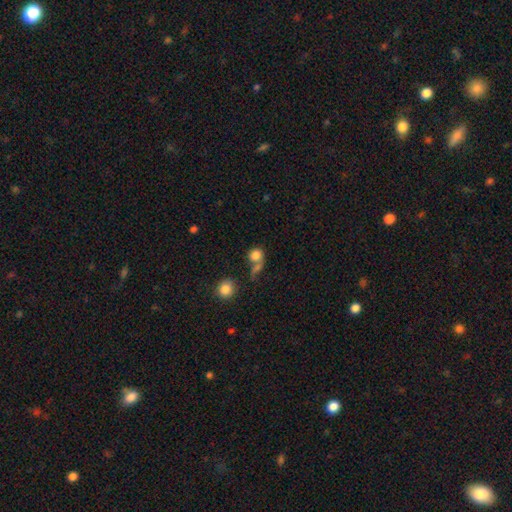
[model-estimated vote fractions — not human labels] smooth 80%, star or artifact 11%, featured or disk 9%. Down the decision tree: how rounded — round (78%); merging — none (40%).